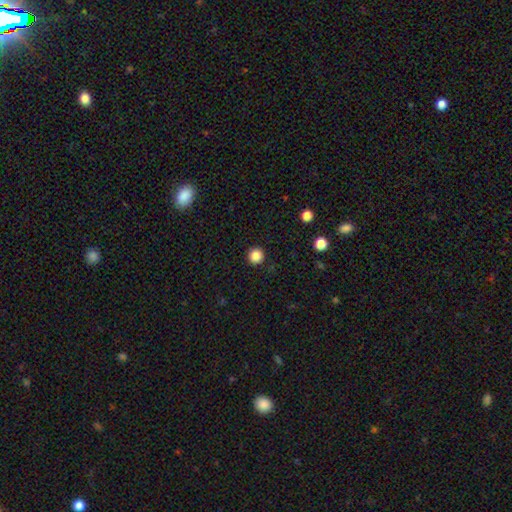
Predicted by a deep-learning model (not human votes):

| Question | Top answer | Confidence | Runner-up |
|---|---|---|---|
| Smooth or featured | smooth | 85% | star or artifact (11%) |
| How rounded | round | 95% | in between (4%) |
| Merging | none | 93% | minor disturbance (4%) |